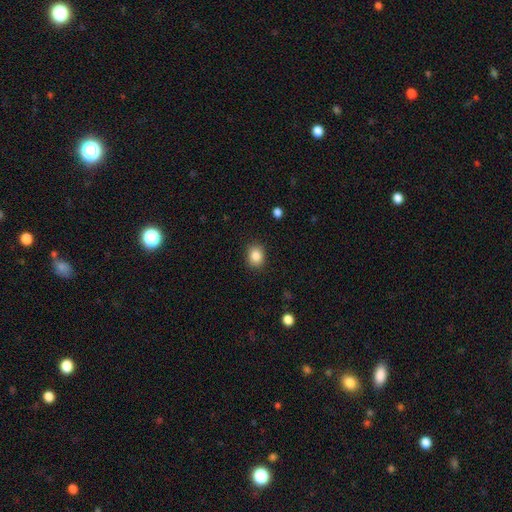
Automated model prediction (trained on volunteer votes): Q: Smooth or featured?
A: smooth (87%); runner-up: star or artifact (9%)
Q: How rounded?
A: round (59%); runner-up: in between (40%)
Q: Merging?
A: none (87%); runner-up: minor disturbance (9%)